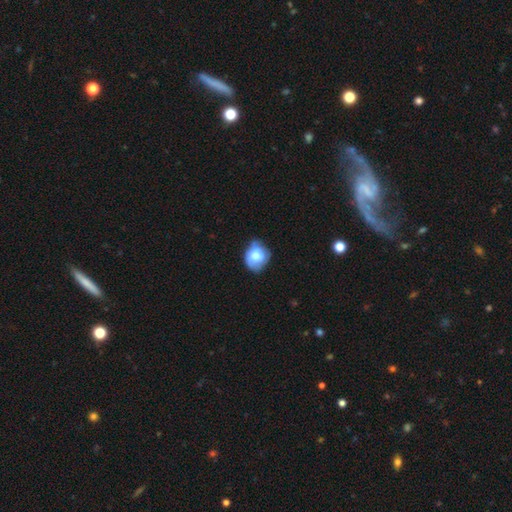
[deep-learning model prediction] This appears to be a smooth galaxy with no disk features (64%) that is round (63%). Merging: none (53%).